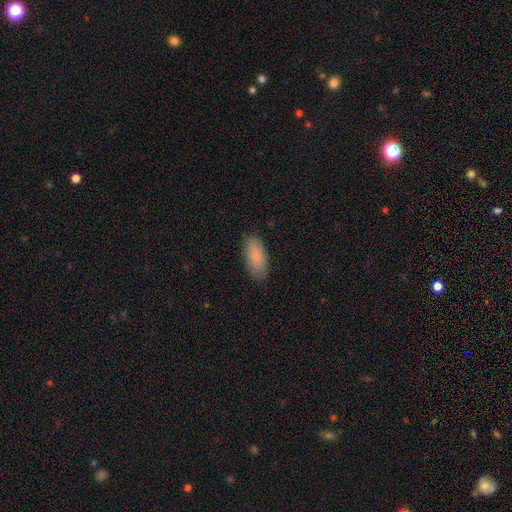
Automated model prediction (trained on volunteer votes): Smooth or featured? Predicted: smooth (p=0.87). How rounded? Predicted: in between (p=0.87). Merging? Predicted: none (p=0.84).